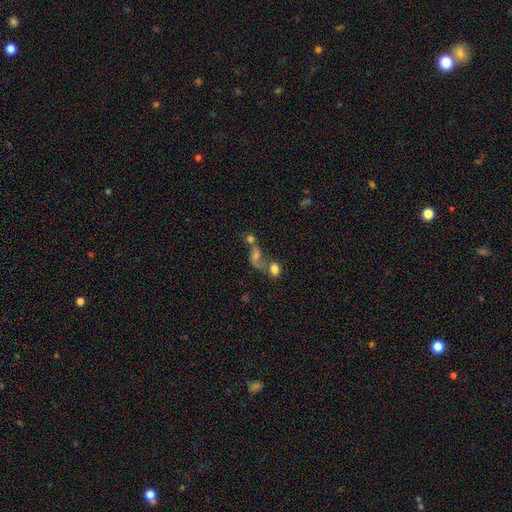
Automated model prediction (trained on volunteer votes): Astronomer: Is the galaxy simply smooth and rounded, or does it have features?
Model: smooth — 40%, tied with featured or disk at 40%.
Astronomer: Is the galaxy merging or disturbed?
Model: merger — 55%.